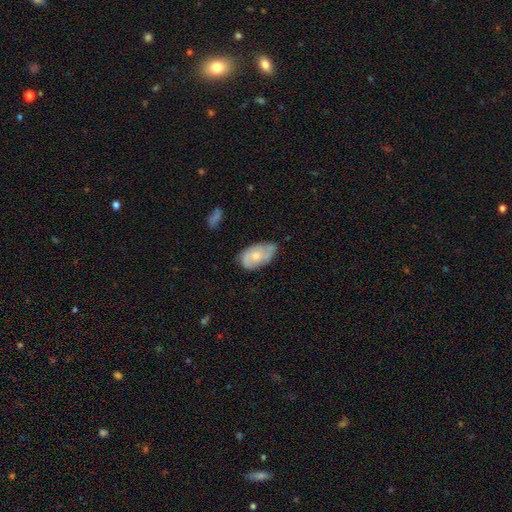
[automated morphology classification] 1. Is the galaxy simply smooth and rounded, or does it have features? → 56% smooth, 38% featured or disk, 6% star or artifact.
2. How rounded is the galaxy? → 93% in between, 5% round, 3% cigar-shaped.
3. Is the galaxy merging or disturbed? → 54% none, 35% minor disturbance, 8% major disturbance, 2% merger.